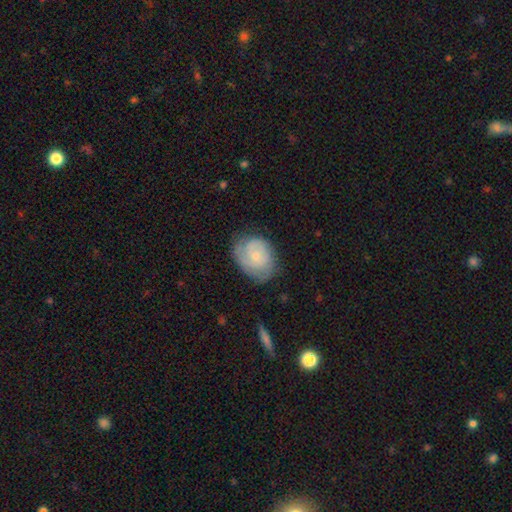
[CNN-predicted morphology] A featured or disk galaxy (60%) with no bar (76%), 2 (36%) tight (59%) spiral arms (88%) and a small central bulge (67%).

Vote fractions:
- Smooth or featured? featured or disk: 60% / smooth: 33% / star or artifact: 7%
- Edge-on disk? no: 97% / yes: 3%
- Bar? no: 76% / weak: 22% / strong: 3%
- Spiral arms? yes: 88% / no: 12%
- Spiral winding? tight: 59% / medium: 31% / loose: 10%
- Spiral arm count? 2: 36% / can't tell: 34% / 3: 13% / 1: 10% / 4: 3% / more than 4: 3%
- Bulge size? small: 67% / moderate: 27% / none: 4% / large: 2% / dominant: 1%
- Merging? none: 66% / minor disturbance: 24% / major disturbance: 9% / merger: 1%